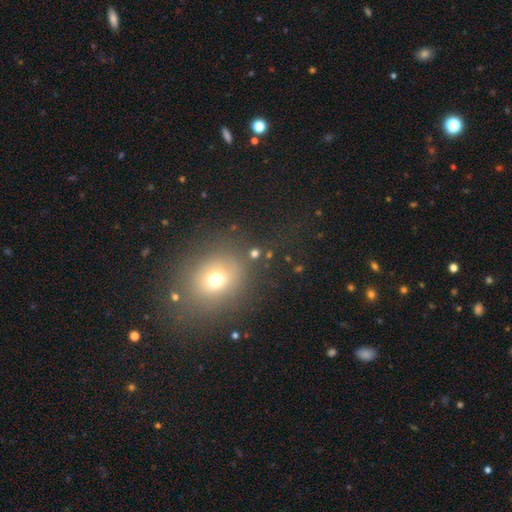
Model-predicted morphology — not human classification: Smooth or featured? Predicted: smooth (p=0.61). How rounded? Predicted: round (p=0.60). Merging? Predicted: none (p=0.78).